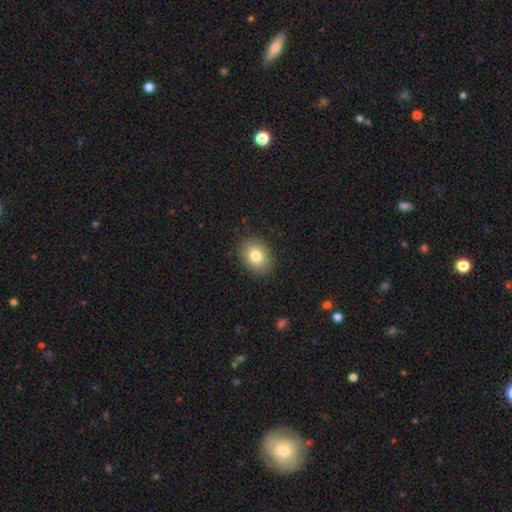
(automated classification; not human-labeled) Smooth or featured?
  - smooth: 81% *
  - featured or disk: 10%
  - star or artifact: 9%
How rounded?
  - in between: 63% *
  - round: 36%
  - cigar-shaped: 1%
Merging?
  - none: 88% *
  - minor disturbance: 9%
  - major disturbance: 3%
  - merger: 1%